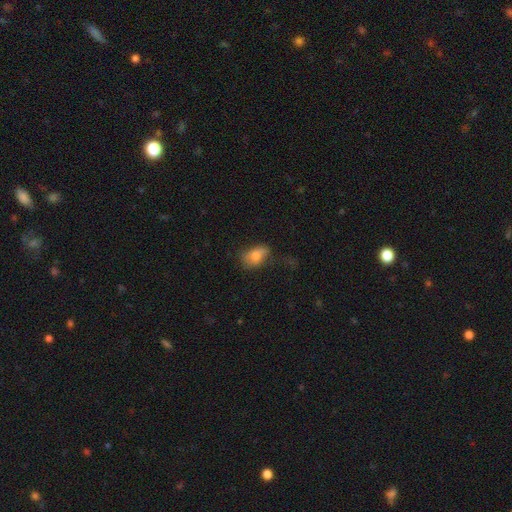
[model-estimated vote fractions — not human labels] A smooth galaxy with no disk features (73%) that is in between round and cigar-shaped (85%).

Vote fractions:
- Smooth or featured? smooth: 73% / featured or disk: 18% / star or artifact: 9%
- How rounded? in between: 85% / round: 13% / cigar-shaped: 3%
- Merging? none: 47% / minor disturbance: 33% / major disturbance: 17% / merger: 3%